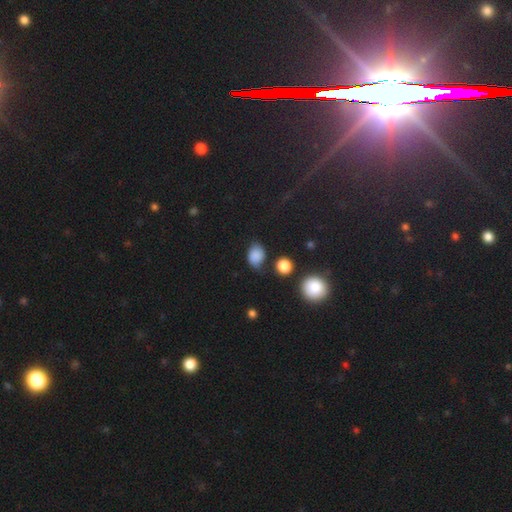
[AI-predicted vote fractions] Smooth or featured: smooth — 81% (star or artifact — 11%)
How rounded: in between — 70% (round — 29%)
Merging: none — 65% (minor disturbance — 25%)